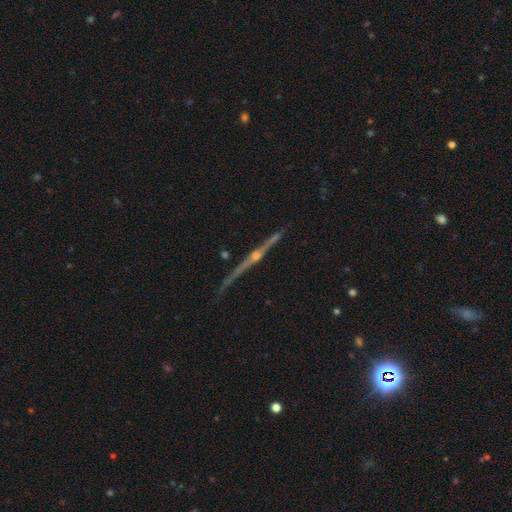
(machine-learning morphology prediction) Smooth or featured? featured or disk (82%)
Edge-on disk? yes (96%)
Edge-on bulge? rounded (86%)
Merging? none (83%)